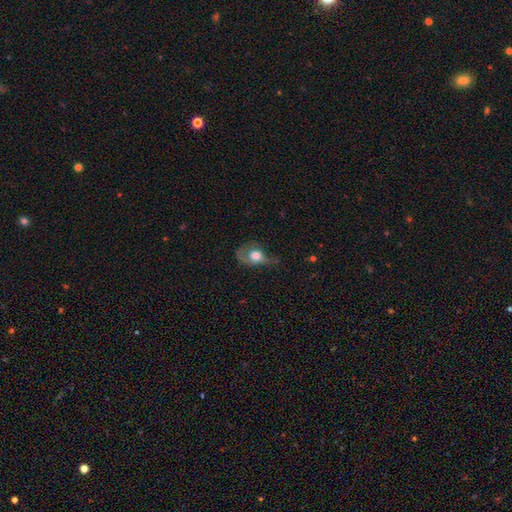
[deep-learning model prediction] A smooth galaxy with no disk features (57%) that is in between round and cigar-shaped (61%). Merging: major disturbance (47%).